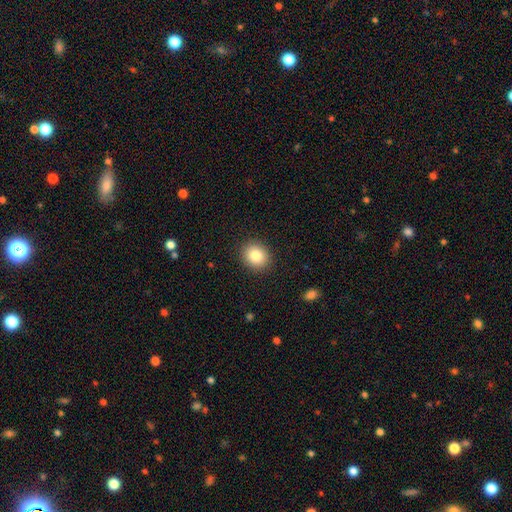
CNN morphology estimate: smooth_or_featured: smooth (p=0.84) [alt: star or artifact p=0.09]
how_rounded: round (p=0.72) [alt: in between p=0.27]
merging: none (p=0.90) [alt: minor disturbance p=0.07]